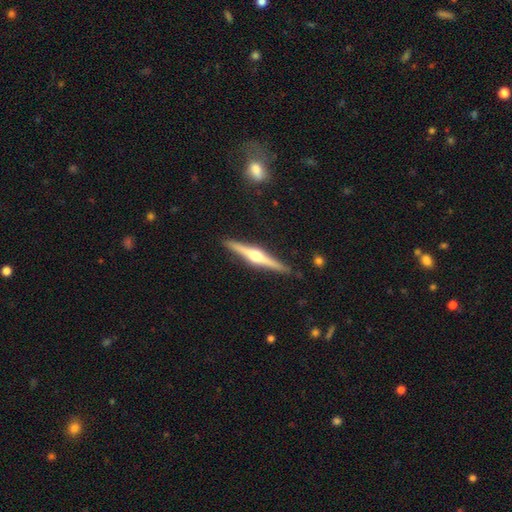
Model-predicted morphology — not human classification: Overall: featured or disk (79%). Edge-on disk: yes (98%). Edge-on bulge: rounded (93%). Merging: none (91%).